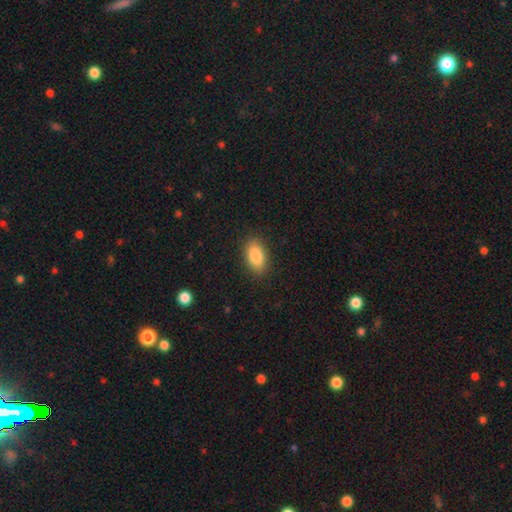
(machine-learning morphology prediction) type=smooth (87%); roundness=in between (91%); merging=none (87%).